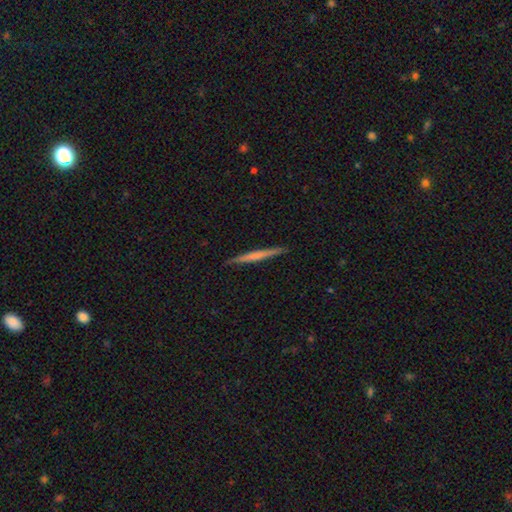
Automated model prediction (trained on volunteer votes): Overall: smooth (48%; featured or disk 46%). Merging: none (91%).